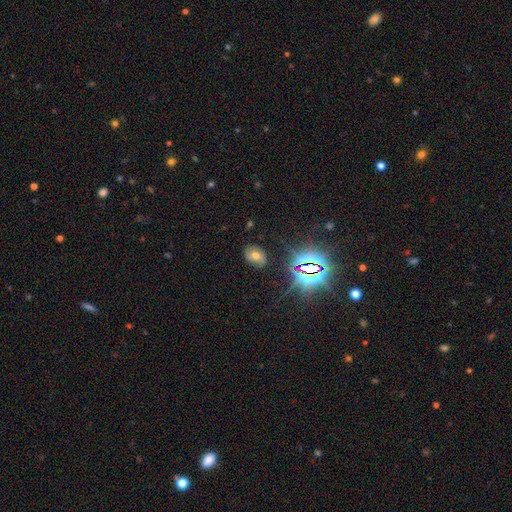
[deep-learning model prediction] Smooth or featured? smooth (41%)
Merging? none (80%)